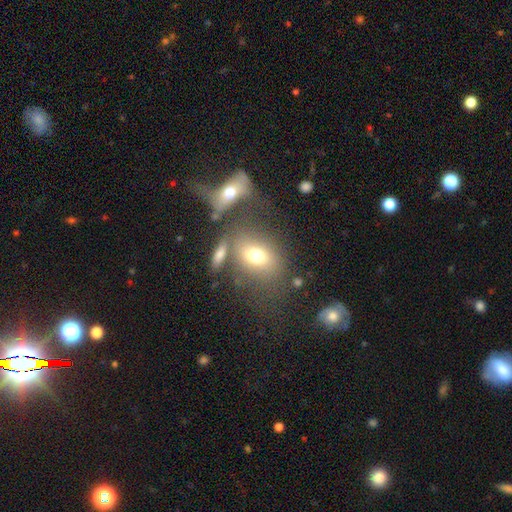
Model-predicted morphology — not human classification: smooth-or-featured: smooth: 70% | featured or disk: 18% | star or artifact: 12%
  how-rounded: in between: 66% | round: 32% | cigar-shaped: 2%
  merging: none: 54% | merger: 21% | minor disturbance: 15% | major disturbance: 11%